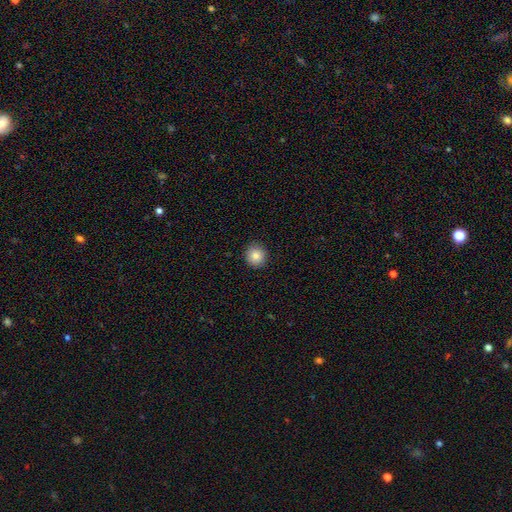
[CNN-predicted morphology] Smooth or featured? Predicted: smooth (p=0.84). How rounded? Predicted: round (p=0.87). Merging? Predicted: none (p=0.91).